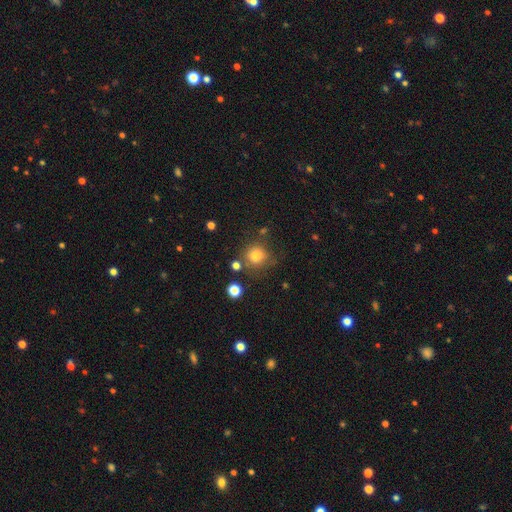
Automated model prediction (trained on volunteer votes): A smooth galaxy with no disk features (80%) that is round (89%). Merging: none (70%).